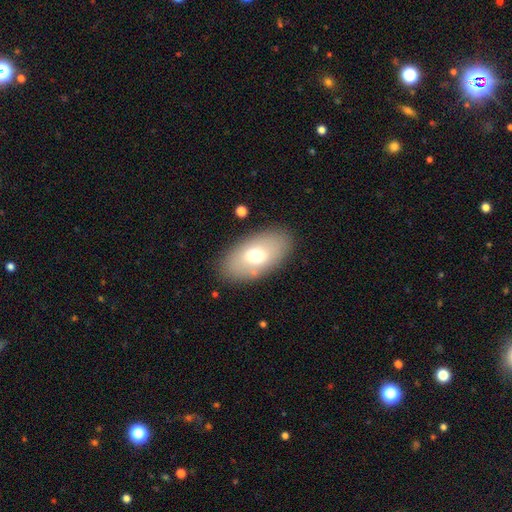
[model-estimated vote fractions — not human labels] This appears to be a smooth galaxy with no disk features (66%) that is in between round and cigar-shaped (92%). Merging: none (85%).